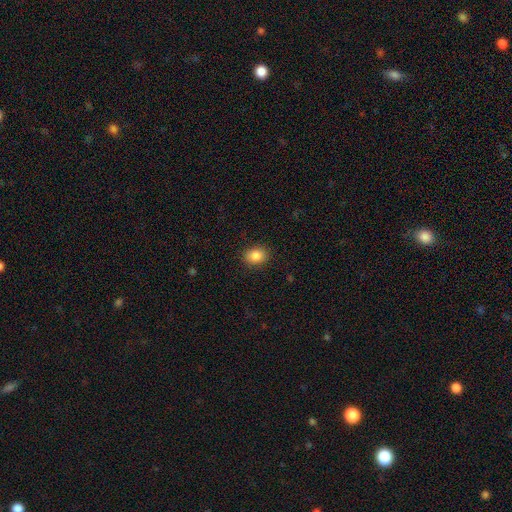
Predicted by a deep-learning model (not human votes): Smooth or featured?
  - smooth: 86% *
  - star or artifact: 9%
  - featured or disk: 5%
How rounded?
  - in between: 61% *
  - round: 38%
  - cigar-shaped: 1%
Merging?
  - none: 88% *
  - minor disturbance: 9%
  - major disturbance: 3%
  - merger: 1%